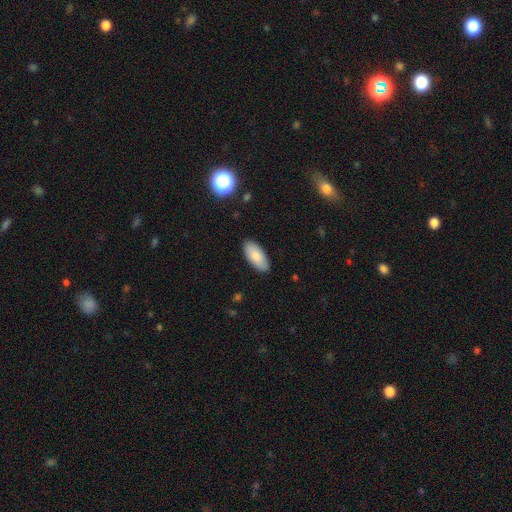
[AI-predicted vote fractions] smooth-or-featured: smooth: 84% | featured or disk: 10% | star or artifact: 6%
  how-rounded: in between: 90% | cigar-shaped: 8% | round: 2%
  merging: none: 87% | minor disturbance: 10% | major disturbance: 2% | merger: 1%